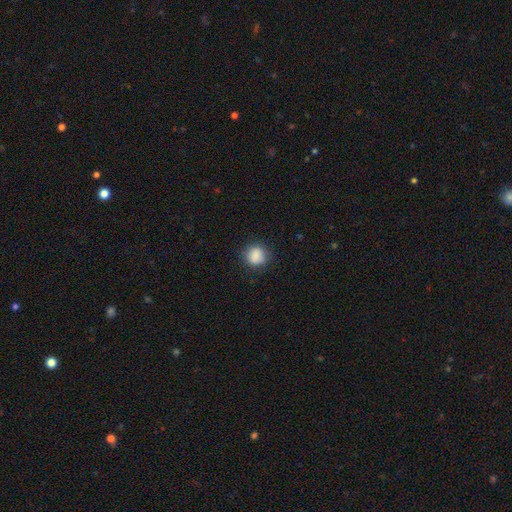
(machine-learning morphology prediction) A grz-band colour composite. It shows a smooth galaxy with no disk features (87%) that is round (81%). Merging: none (83%).